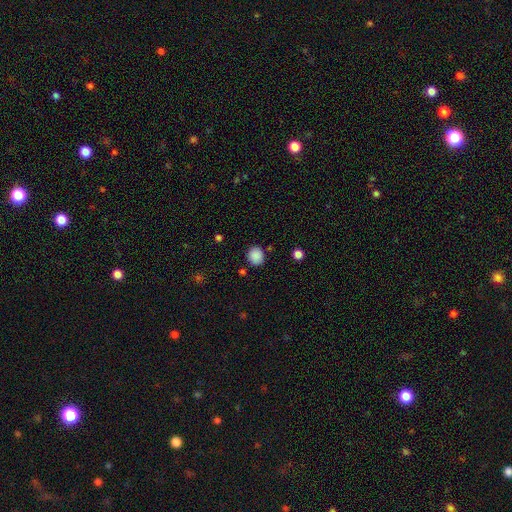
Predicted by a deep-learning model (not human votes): Q: Smooth or featured?
A: smooth (88%); runner-up: star or artifact (10%)
Q: How rounded?
A: round (77%); runner-up: in between (22%)
Q: Merging?
A: none (84%); runner-up: minor disturbance (10%)